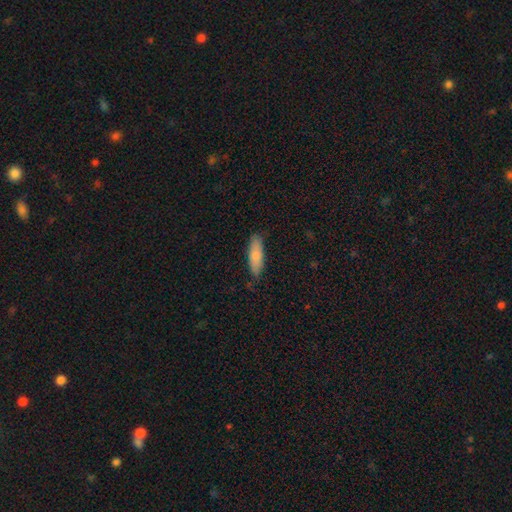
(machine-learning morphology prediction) Smooth or featured: smooth — 81% (featured or disk — 14%)
How rounded: in between — 50% (cigar-shaped — 49%)
Merging: none — 82% (minor disturbance — 14%)